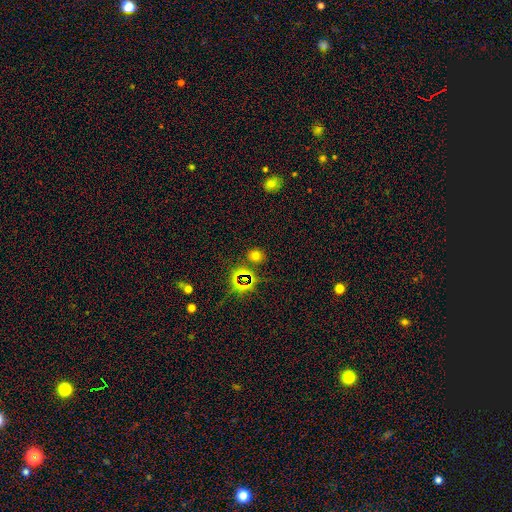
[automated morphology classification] smooth-or-featured: smooth: 62% | star or artifact: 30% | featured or disk: 7%
  how-rounded: round: 74% | in between: 25% | cigar-shaped: 1%
  merging: none: 83% | minor disturbance: 9% | merger: 5% | major disturbance: 3%